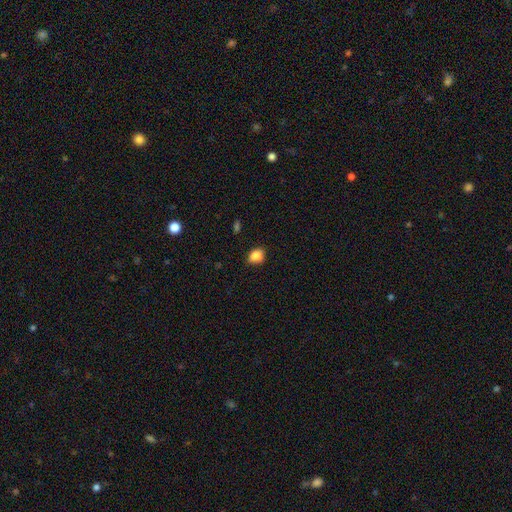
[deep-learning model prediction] This is clearly a smooth galaxy (86%). How rounded: possibly in between (58%). Merging: likely none (79%).